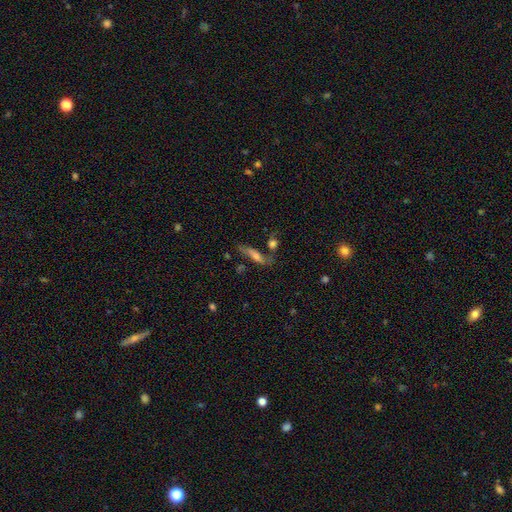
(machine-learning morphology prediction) The model was most divided on "smooth or featured": featured or disk: 44%, smooth: 42%, star or artifact: 14%. More confident: merging — none (54%).